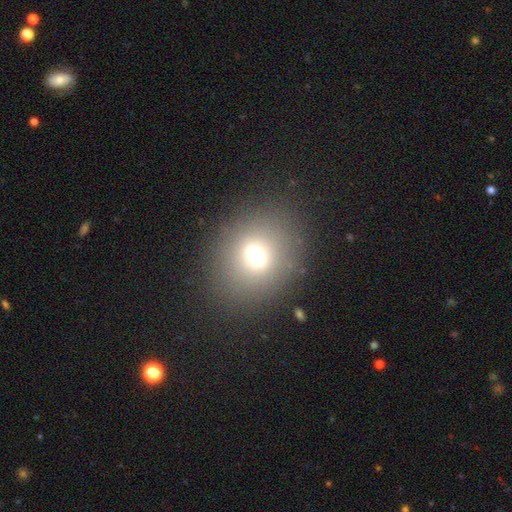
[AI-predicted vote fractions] A smooth galaxy with no disk features (70%) that is round (67%).

Vote fractions:
- Smooth or featured? smooth: 70% / star or artifact: 17% / featured or disk: 13%
- How rounded? round: 67% / in between: 32% / cigar-shaped: 1%
- Merging? none: 86% / minor disturbance: 8% / major disturbance: 5% / merger: 2%